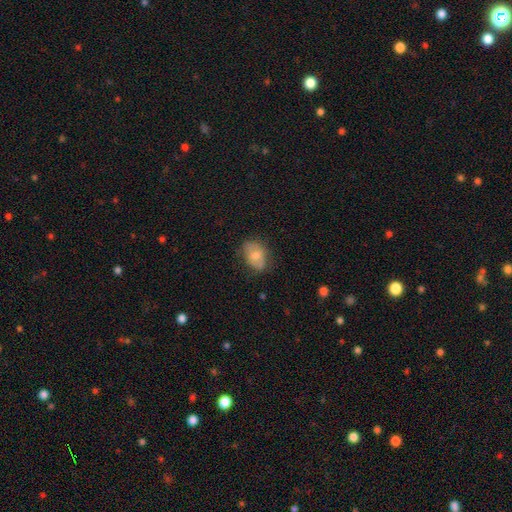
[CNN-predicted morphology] type=smooth (67%); roundness=in between (78%); merging=none (64%).